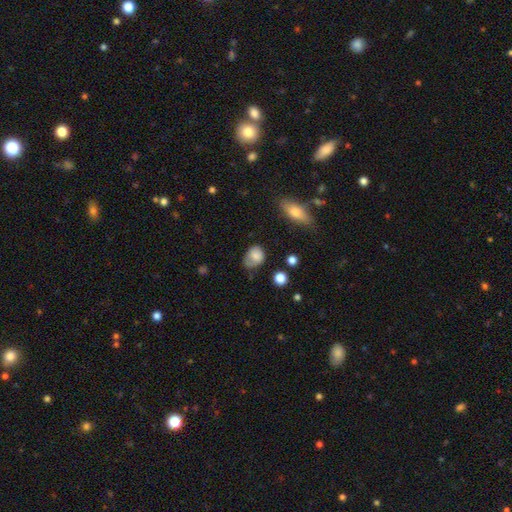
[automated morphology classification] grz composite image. It shows a smooth galaxy with no disk features (78%) that is in between round and cigar-shaped (64%). Merging: none (51%).